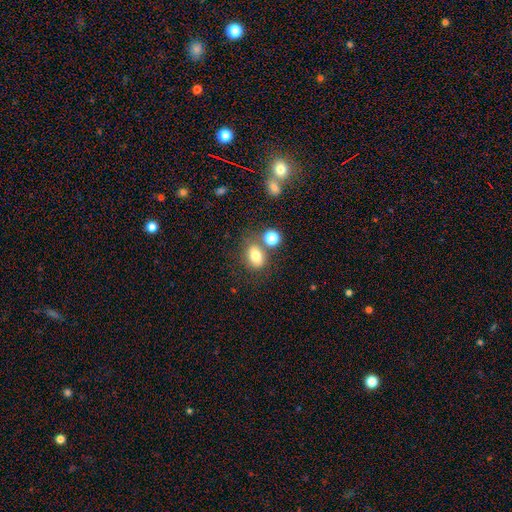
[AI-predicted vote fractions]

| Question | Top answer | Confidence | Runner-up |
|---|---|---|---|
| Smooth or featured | smooth | 77% | star or artifact (12%) |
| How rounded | in between | 65% | round (33%) |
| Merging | none | 60% | merger (19%) |